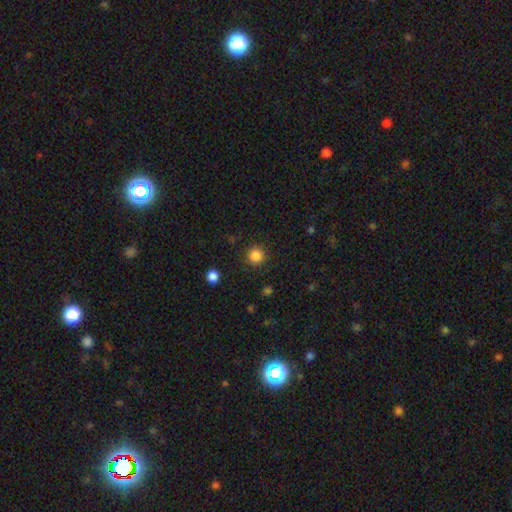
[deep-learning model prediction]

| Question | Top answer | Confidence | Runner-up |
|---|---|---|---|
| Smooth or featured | smooth | 84% | star or artifact (12%) |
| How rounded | round | 95% | in between (4%) |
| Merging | none | 90% | minor disturbance (6%) |